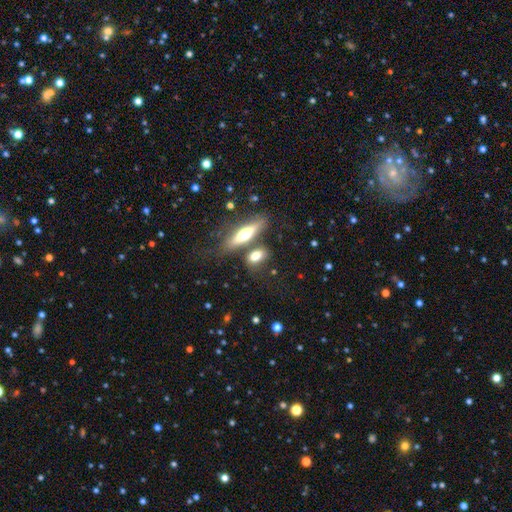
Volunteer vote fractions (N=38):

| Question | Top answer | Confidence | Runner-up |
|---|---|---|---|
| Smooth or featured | smooth | 82% | featured or disk (18%) |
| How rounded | in between | 71% | cigar-shaped (16%) |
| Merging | none | 68% | merger (16%) |